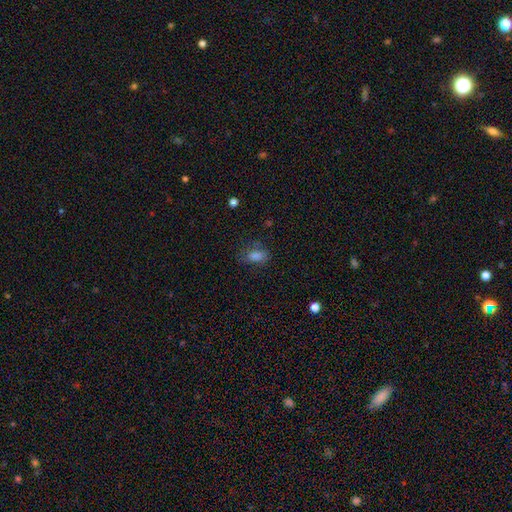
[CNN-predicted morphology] Overall: smooth (74%). How rounded: in between (82%). Merging: none (67%).